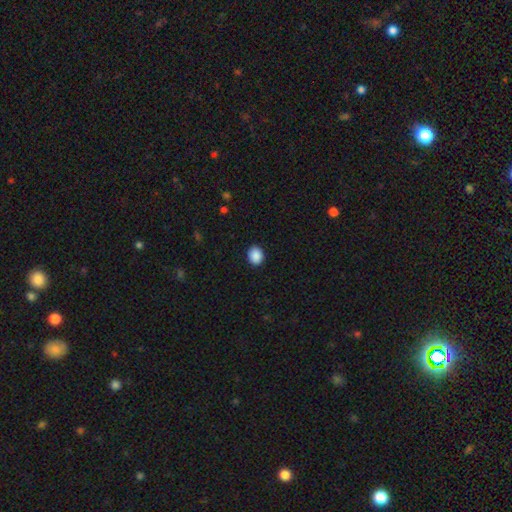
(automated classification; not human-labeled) A smooth galaxy with no disk features (89%) that is round (58%).

Vote fractions:
- Smooth or featured? smooth: 89% / star or artifact: 8% / featured or disk: 2%
- How rounded? round: 58% / in between: 41% / cigar-shaped: 1%
- Merging? none: 91% / minor disturbance: 7% / major disturbance: 2% / merger: 1%